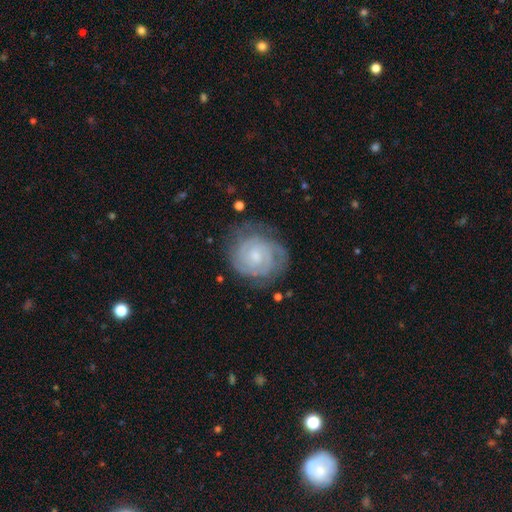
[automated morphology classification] smooth-or-featured: featured or disk: 80% | smooth: 14% | star or artifact: 6%
  disk-edge-on: no: 98% | yes: 2%
    bar: no: 67% | weak: 29% | strong: 4%
    has-spiral-arms: yes: 95% | no: 5%
      spiral-winding: tight: 74% | medium: 22% | loose: 4%
      spiral-arm-count: 2: 40% | can't tell: 30% | 3: 16% | 4: 6% | 1: 4% | more than 4: 4%
    bulge-size: small: 60% | moderate: 29% | none: 7% | large: 2% | dominant: 1%
  merging: none: 72% | minor disturbance: 19% | major disturbance: 8% | merger: 1%